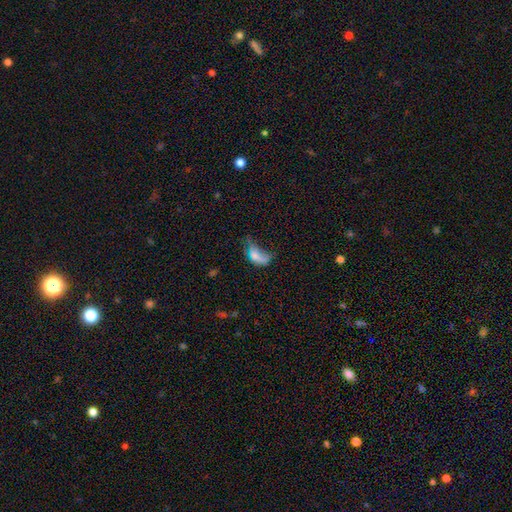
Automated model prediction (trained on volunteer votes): The model was most divided on "smooth or featured": smooth: 56%, featured or disk: 30%, star or artifact: 13%. More confident: how rounded — in between (86%); merging — major disturbance (52%).